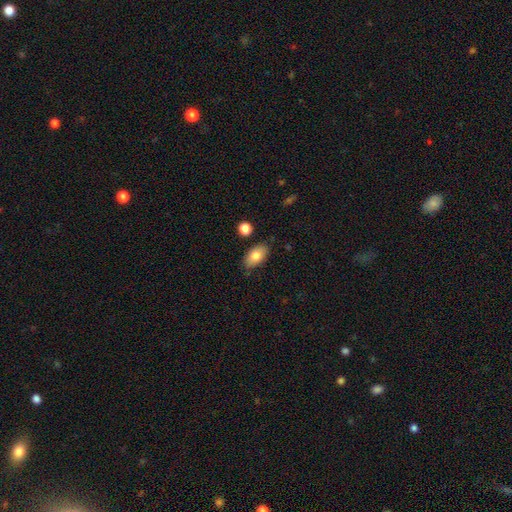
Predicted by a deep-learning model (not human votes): Smooth or featured?
  - smooth: 80% *
  - featured or disk: 13%
  - star or artifact: 7%
How rounded?
  - in between: 92% *
  - round: 5%
  - cigar-shaped: 3%
Merging?
  - none: 81% *
  - minor disturbance: 14%
  - merger: 3%
  - major disturbance: 3%